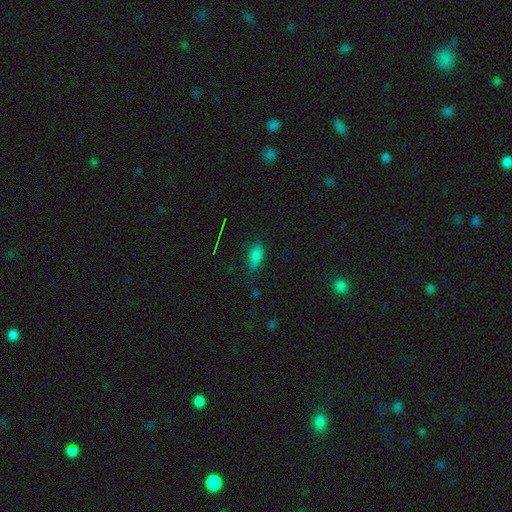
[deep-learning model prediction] smooth_or_featured: smooth (p=0.77) [alt: star or artifact p=0.17]
how_rounded: in between (p=0.86) [alt: cigar-shaped p=0.11]
merging: none (p=0.64) [alt: minor disturbance p=0.27]